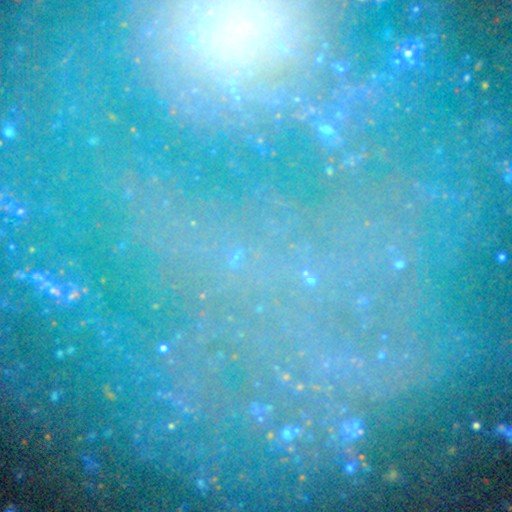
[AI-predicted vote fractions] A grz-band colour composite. It shows a star or artifact, not a galaxy (58%).